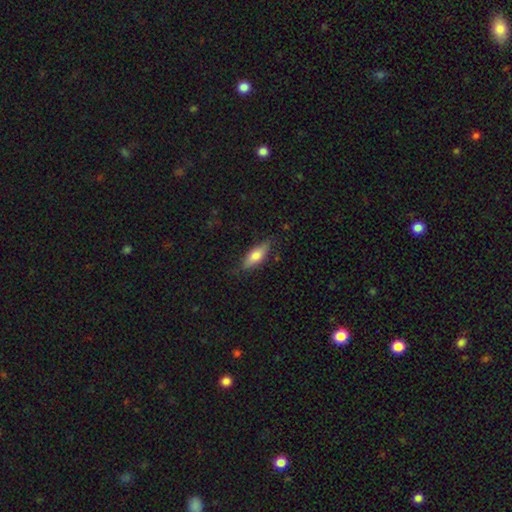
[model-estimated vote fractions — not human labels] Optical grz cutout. It shows a smooth galaxy with no disk features (72%) that is in between round and cigar-shaped (66%). Merging: none (75%).